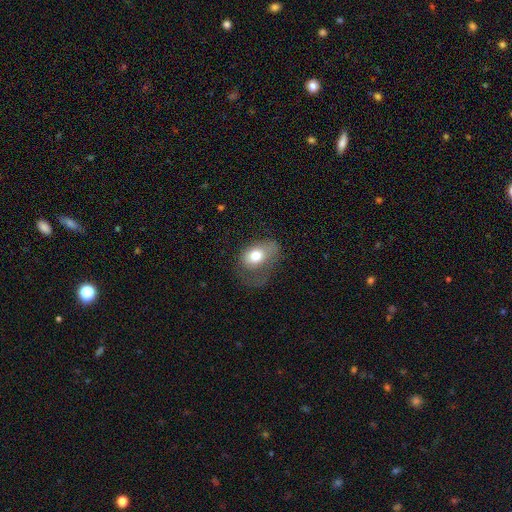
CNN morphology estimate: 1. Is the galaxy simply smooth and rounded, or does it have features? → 67% smooth, 24% featured or disk, 8% star or artifact.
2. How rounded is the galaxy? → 70% in between, 29% round, 1% cigar-shaped.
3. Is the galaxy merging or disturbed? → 40% major disturbance, 30% none, 28% minor disturbance, 2% merger.